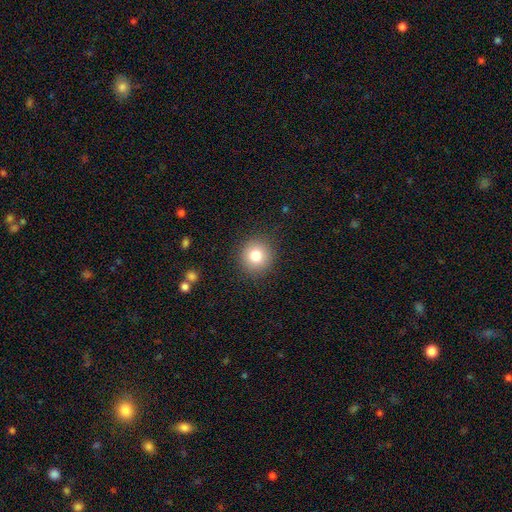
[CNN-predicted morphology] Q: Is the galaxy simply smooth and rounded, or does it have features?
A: smooth — 80%.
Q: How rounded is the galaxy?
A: round — 94%.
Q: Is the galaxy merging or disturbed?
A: none — 90%.